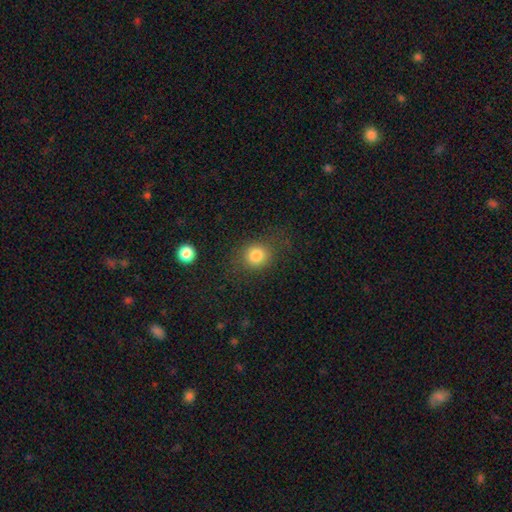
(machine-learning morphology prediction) Smooth or featured?
  - smooth: 83% *
  - star or artifact: 10%
  - featured or disk: 6%
How rounded?
  - round: 77% *
  - in between: 22%
  - cigar-shaped: 1%
Merging?
  - none: 76% *
  - minor disturbance: 14%
  - major disturbance: 8%
  - merger: 2%